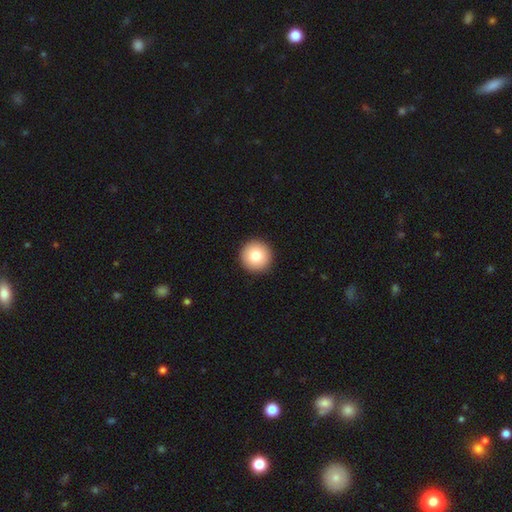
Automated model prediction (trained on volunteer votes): Smooth or featured: smooth — 81% (featured or disk — 10%)
How rounded: round — 97% (in between — 2%)
Merging: none — 94% (minor disturbance — 4%)